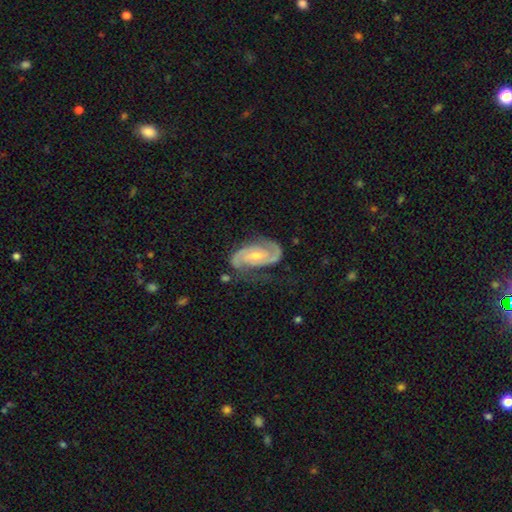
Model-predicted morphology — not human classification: This appears to be a featured or disk galaxy (90%) with no bar (42%), 2 (92%) medium (47%) spiral arms (98%) and a small central bulge (51%). Merging: none (73%).